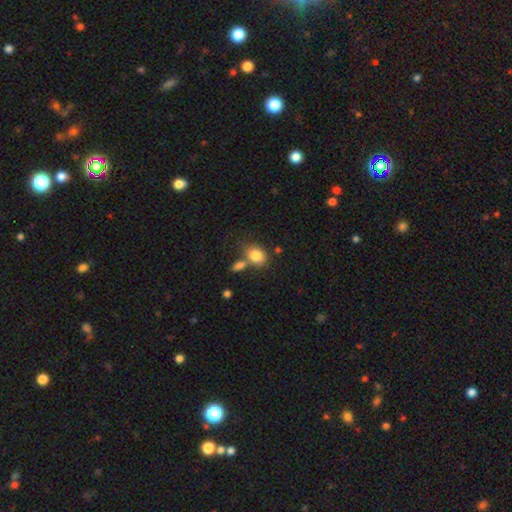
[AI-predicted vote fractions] Morphology: type=smooth (82%); roundness=in between (60%); merging=none (55%).